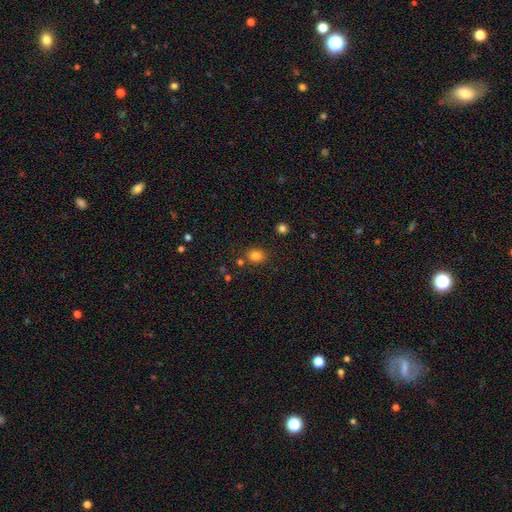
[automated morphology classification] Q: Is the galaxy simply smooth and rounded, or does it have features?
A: smooth — 81%.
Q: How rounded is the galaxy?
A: round — 59%.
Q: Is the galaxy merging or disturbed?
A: none — 81%.